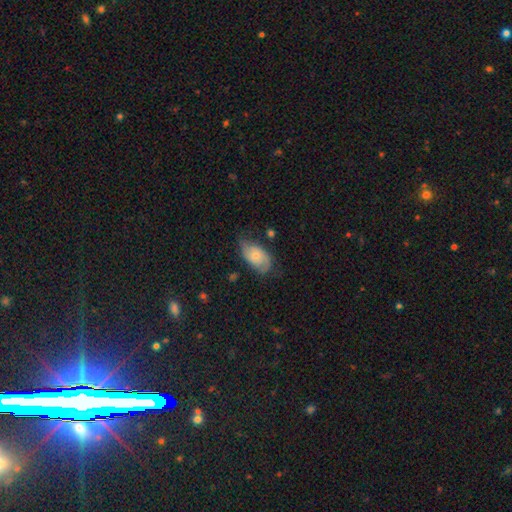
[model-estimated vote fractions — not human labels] A smooth galaxy with no disk features (53%) that is in between round and cigar-shaped (92%). Merging: none (55%).